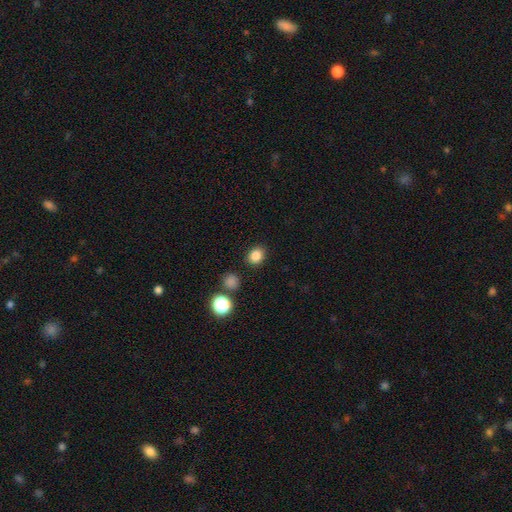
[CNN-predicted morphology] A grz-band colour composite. It shows a smooth galaxy with no disk features (84%) that is round (59%). Merging: none (85%).